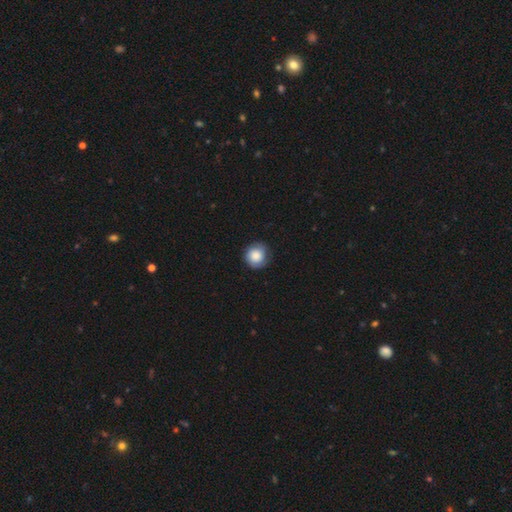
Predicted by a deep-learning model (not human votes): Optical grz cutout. It shows a smooth galaxy with no disk features (80%) that is round (90%). Merging: none (79%).